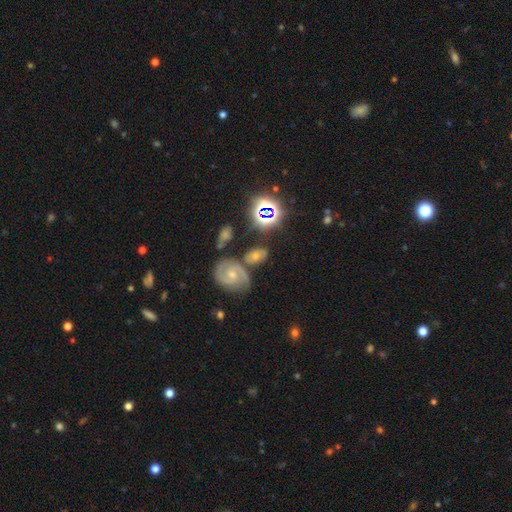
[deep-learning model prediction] Smooth or featured? featured or disk (46%)
Merging? none (57%)